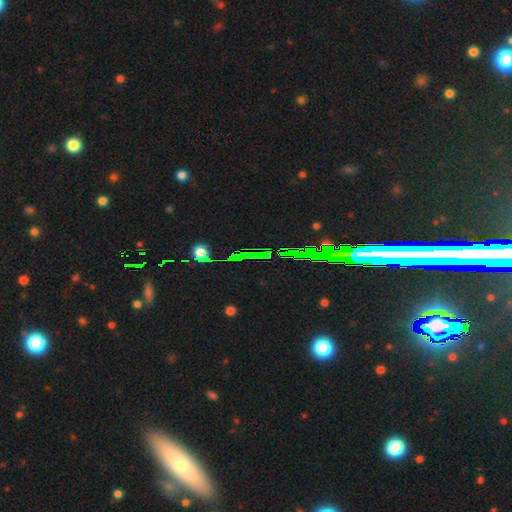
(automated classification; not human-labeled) smooth_or_featured: star or artifact (p=0.70) [alt: smooth p=0.16]